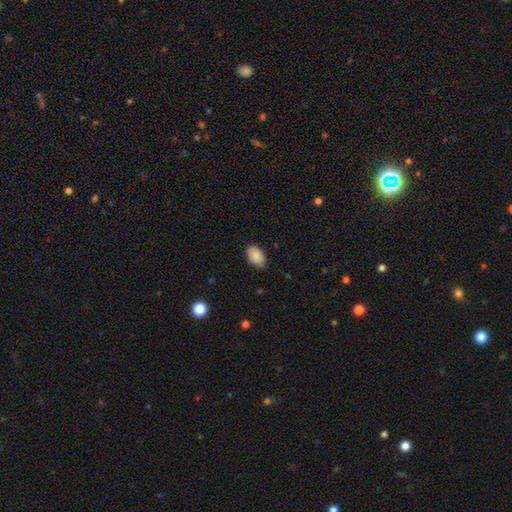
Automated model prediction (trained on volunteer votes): Overall: smooth (90%). How rounded: in between (92%). Merging: none (86%).